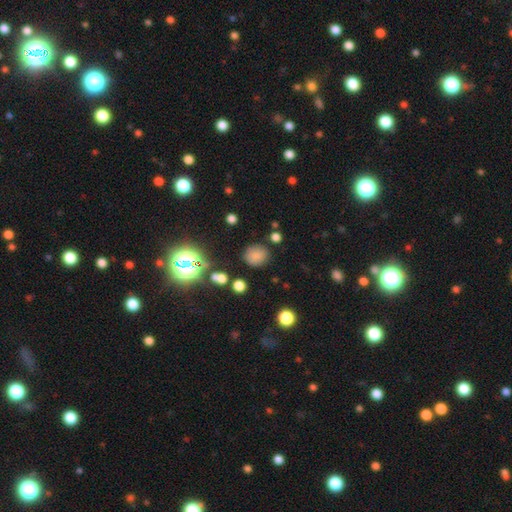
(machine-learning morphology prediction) Smooth or featured?
  - smooth: 77% *
  - star or artifact: 17%
  - featured or disk: 6%
How rounded?
  - round: 74% *
  - in between: 24%
  - cigar-shaped: 1%
Merging?
  - none: 81% *
  - minor disturbance: 12%
  - major disturbance: 4%
  - merger: 3%